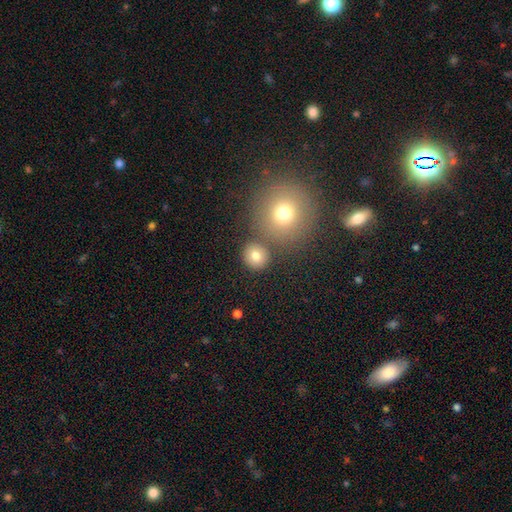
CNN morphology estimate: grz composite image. It shows a smooth galaxy with no disk features (80%) that is round (88%). Merging: none (79%).